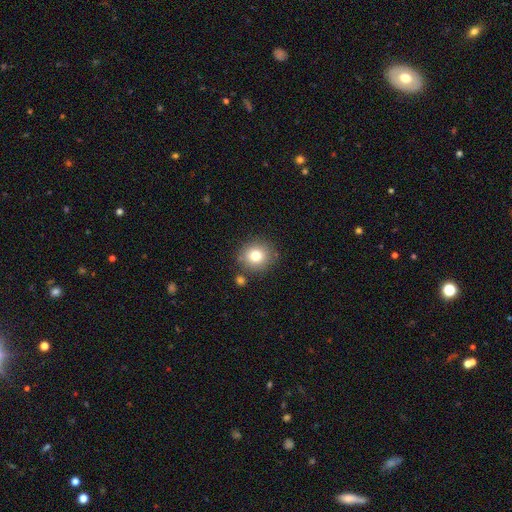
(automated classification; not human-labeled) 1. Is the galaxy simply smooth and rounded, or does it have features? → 77% smooth, 12% star or artifact, 11% featured or disk.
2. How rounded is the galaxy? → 89% round, 10% in between, 1% cigar-shaped.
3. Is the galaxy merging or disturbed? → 82% none, 9% minor disturbance, 6% merger, 3% major disturbance.